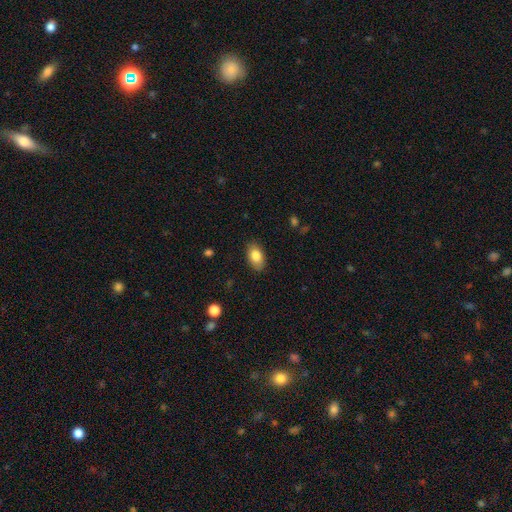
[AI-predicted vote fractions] Q: Smooth or featured?
A: smooth (83%); runner-up: featured or disk (10%)
Q: How rounded?
A: in between (91%); runner-up: round (8%)
Q: Merging?
A: none (85%); runner-up: minor disturbance (11%)